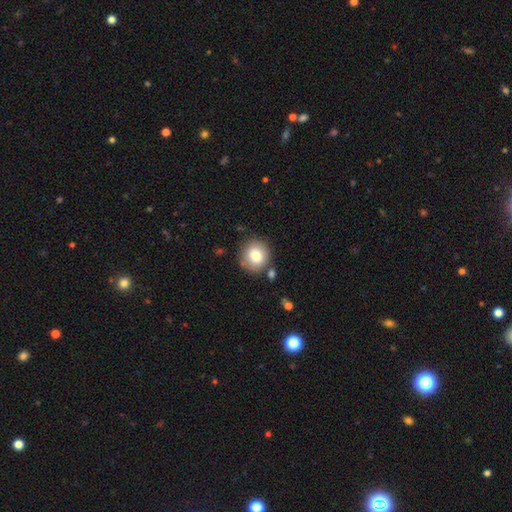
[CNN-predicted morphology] The model was most divided on "smooth or featured": smooth: 80%, featured or disk: 11%, star or artifact: 9%. More confident: how rounded — round (89%); merging — none (80%).